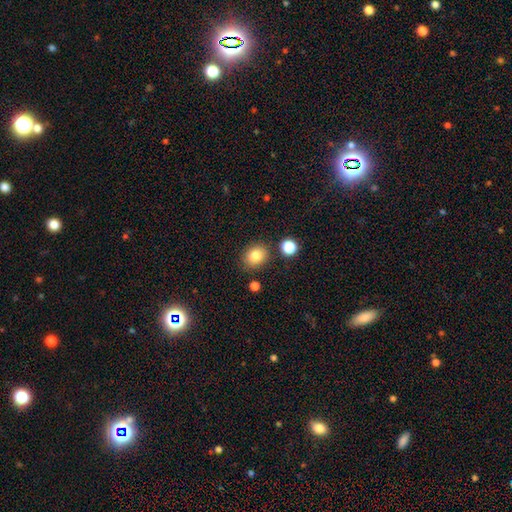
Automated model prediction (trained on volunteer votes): Q: Smooth or featured?
A: smooth (82%); runner-up: star or artifact (11%)
Q: How rounded?
A: round (60%); runner-up: in between (39%)
Q: Merging?
A: none (84%); runner-up: minor disturbance (9%)